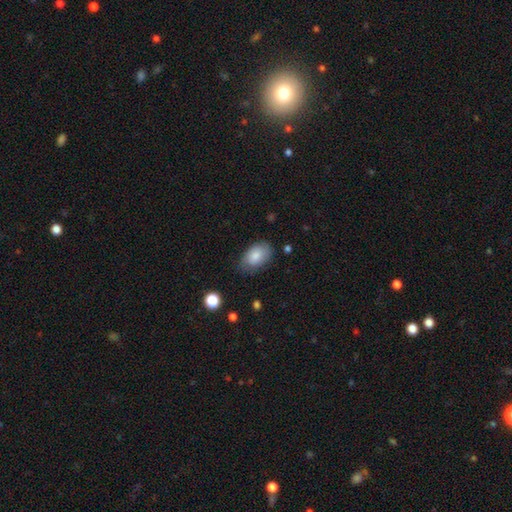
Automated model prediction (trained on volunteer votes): Smooth or featured?
  - smooth: 82% *
  - featured or disk: 12%
  - star or artifact: 7%
How rounded?
  - in between: 91% *
  - round: 7%
  - cigar-shaped: 1%
Merging?
  - none: 70% *
  - minor disturbance: 24%
  - major disturbance: 5%
  - merger: 1%